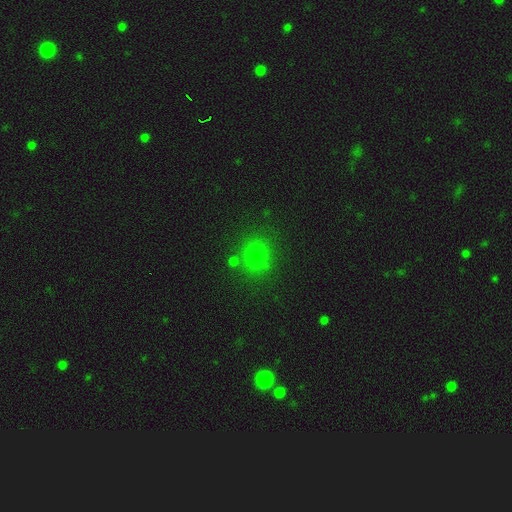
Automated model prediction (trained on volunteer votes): smooth 76%, star or artifact 18%, featured or disk 6%. Down the decision tree: how rounded — round (84%); merging — none (80%).